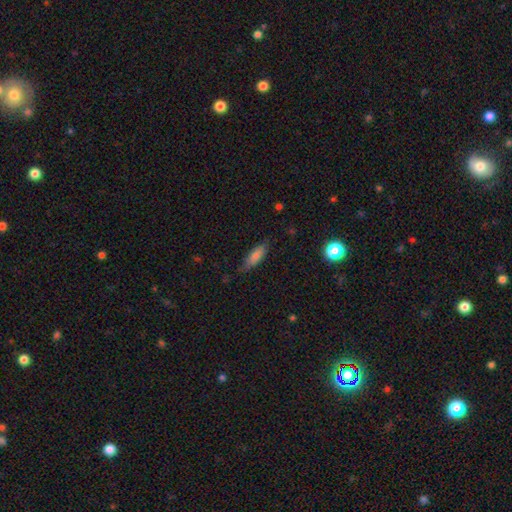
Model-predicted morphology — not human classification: This appears to be a smooth galaxy with no disk features (77%) that is in between round and cigar-shaped (55%). Merging: none (76%).